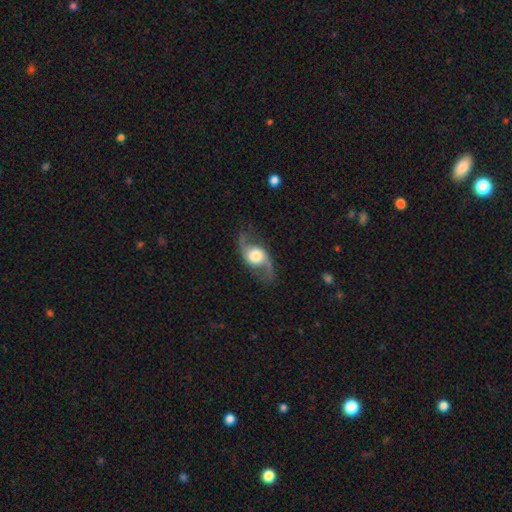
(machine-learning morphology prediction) The model was most divided on "bulge size": large: 41%, moderate: 40%, dominant: 9%, small: 8%, none: 2%. More confident: spiral arm count — 2 (94%); spiral arms — yes (93%); edge-on disk — no (93%); smooth or featured — featured or disk (83%); merging — none (78%); spiral winding — loose (68%); bar — no (67%).